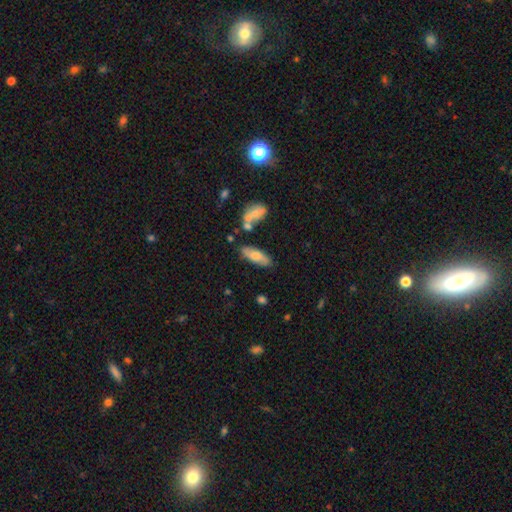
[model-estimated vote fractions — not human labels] A smooth galaxy with no disk features (66%) that is in between round and cigar-shaped (67%). Merging: none (71%).